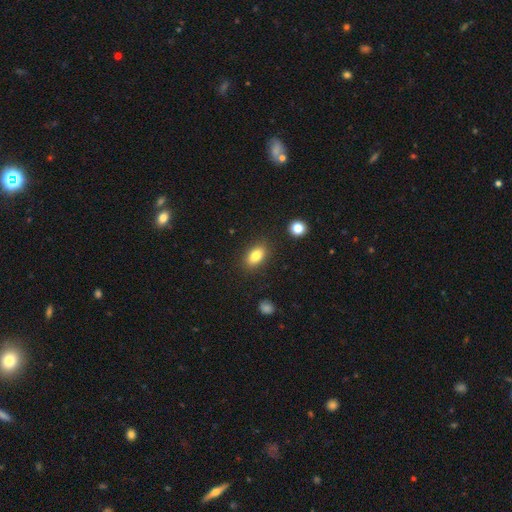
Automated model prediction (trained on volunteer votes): Morphology: type=smooth (83%); roundness=in between (87%); merging=none (85%).